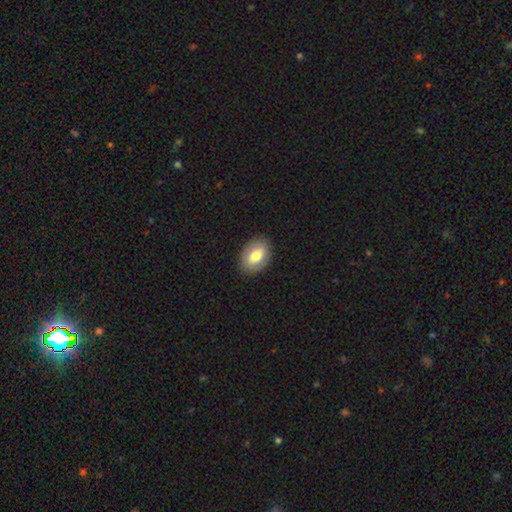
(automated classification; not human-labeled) Q: Smooth or featured?
A: smooth (71%); runner-up: featured or disk (22%)
Q: How rounded?
A: in between (86%); runner-up: round (13%)
Q: Merging?
A: none (87%); runner-up: minor disturbance (10%)